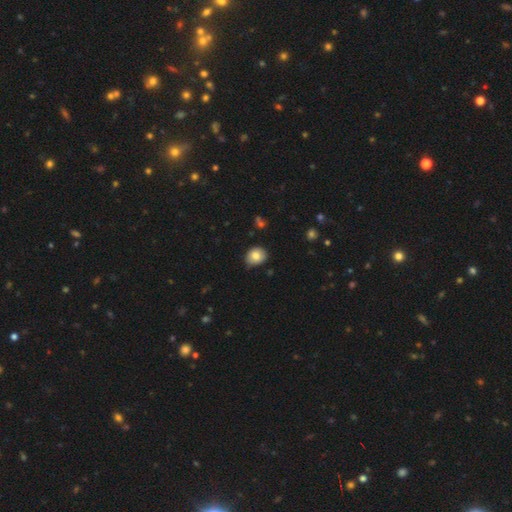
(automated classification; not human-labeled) smooth-or-featured: smooth: 80% | featured or disk: 11% | star or artifact: 9%
  how-rounded: round: 64% | in between: 35% | cigar-shaped: 1%
  merging: none: 68% | minor disturbance: 26% | major disturbance: 4% | merger: 2%